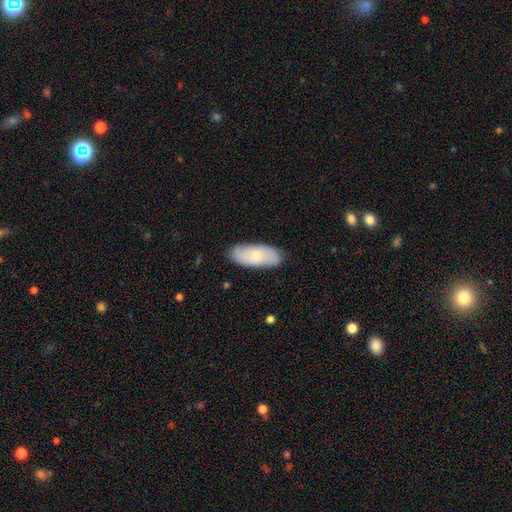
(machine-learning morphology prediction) This is likely a smooth galaxy (64%). How rounded: clearly in between (86%). Merging: clearly none (84%).